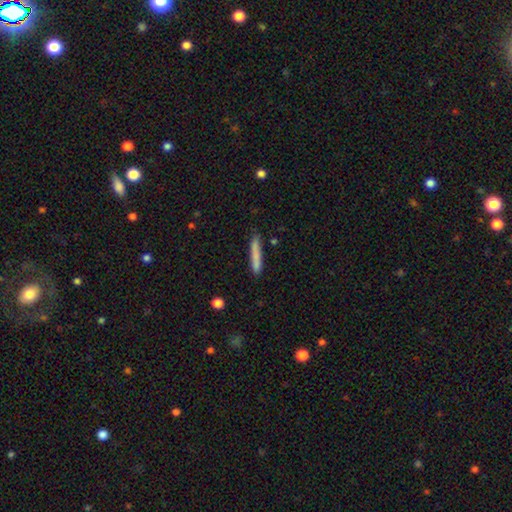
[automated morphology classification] Q: Smooth or featured?
A: smooth (79%); runner-up: featured or disk (14%)
Q: How rounded?
A: cigar-shaped (94%); runner-up: in between (5%)
Q: Merging?
A: none (82%); runner-up: minor disturbance (13%)